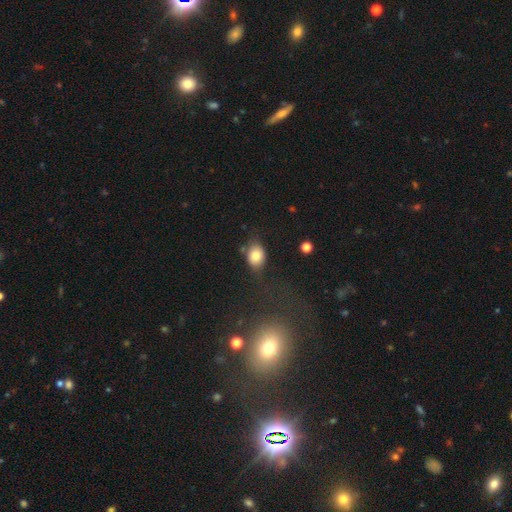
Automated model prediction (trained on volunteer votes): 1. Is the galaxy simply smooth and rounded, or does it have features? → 80% smooth, 11% featured or disk, 9% star or artifact.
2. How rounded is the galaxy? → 63% in between, 35% round, 1% cigar-shaped.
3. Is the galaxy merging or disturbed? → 69% none, 21% minor disturbance, 6% major disturbance, 5% merger.